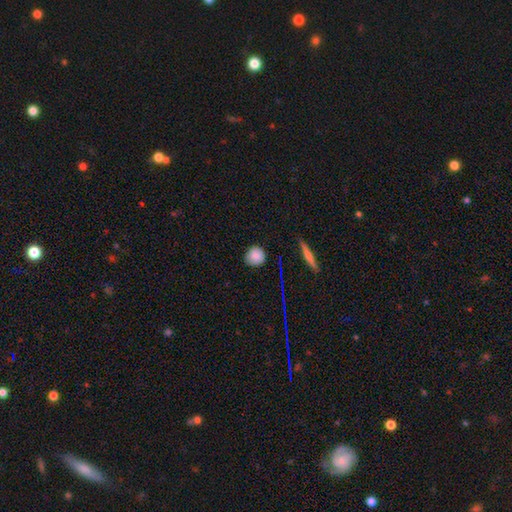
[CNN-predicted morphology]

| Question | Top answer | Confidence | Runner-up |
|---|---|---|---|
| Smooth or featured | smooth | 85% | star or artifact (9%) |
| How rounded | round | 86% | in between (12%) |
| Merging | none | 84% | minor disturbance (12%) |